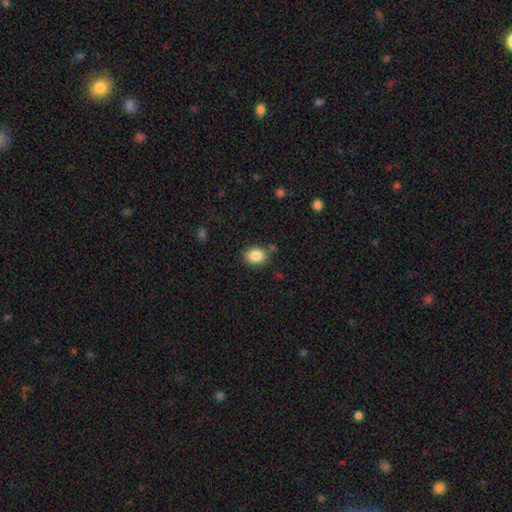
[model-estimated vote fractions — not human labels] This appears to be a smooth galaxy with no disk features (86%) that is in between round and cigar-shaped (52%). Merging: none (78%).